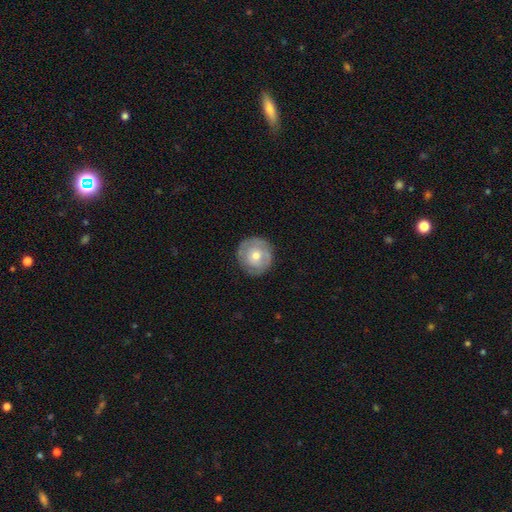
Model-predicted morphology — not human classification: smooth-or-featured: smooth: 50% | featured or disk: 44% | star or artifact: 6%
  merging: none: 84% | minor disturbance: 12% | major disturbance: 3% | merger: 1%